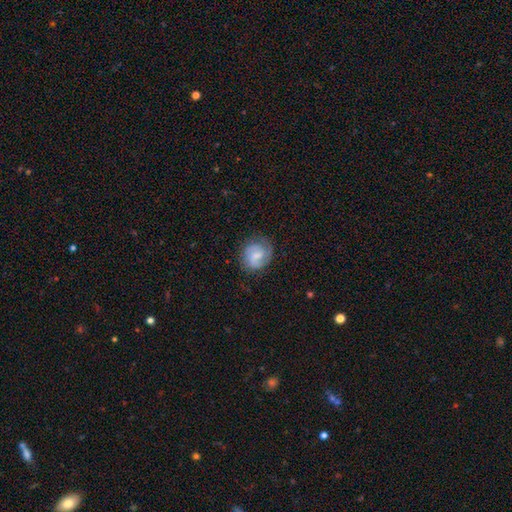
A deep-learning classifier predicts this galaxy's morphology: Smooth or featured: featured or disk — 61% (smooth — 32%)
Edge-on disk: no — 98% (yes — 2%)
Bar: weak — 55% (no — 33%)
Spiral arms: yes — 92% (no — 8%)
Spiral winding: medium — 45% (tight — 35%)
Spiral arm count: 2 — 74% (can't tell — 11%)
Bulge size: small — 46% (moderate — 30%)
Merging: none — 75% (minor disturbance — 17%)